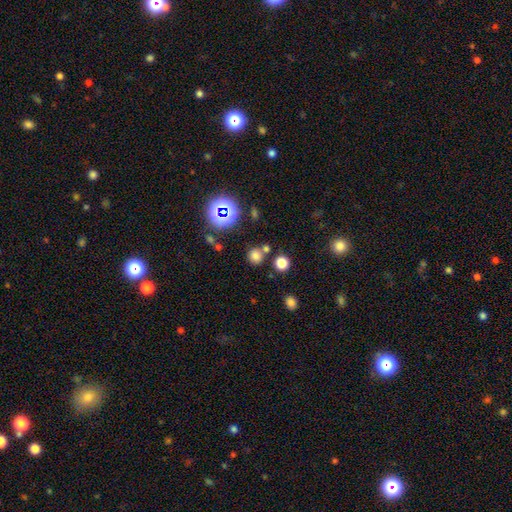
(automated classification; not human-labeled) Smooth or featured? smooth (69%)
How rounded? round (83%)
Merging? none (67%)